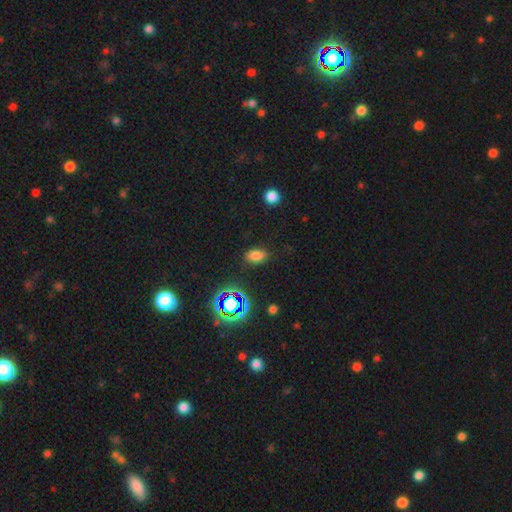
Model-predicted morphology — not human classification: smooth_or_featured: smooth (p=0.70) [alt: star or artifact p=0.22]
how_rounded: in between (p=0.88) [alt: round p=0.09]
merging: none (p=0.84) [alt: minor disturbance p=0.11]